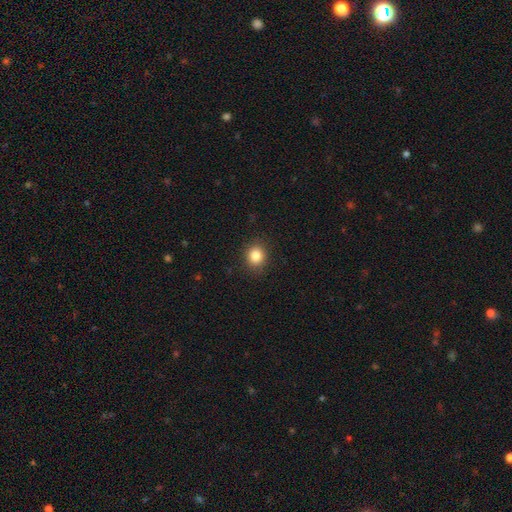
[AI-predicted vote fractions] This appears to be a smooth galaxy with no disk features (84%) that is round (79%). Merging: none (89%).